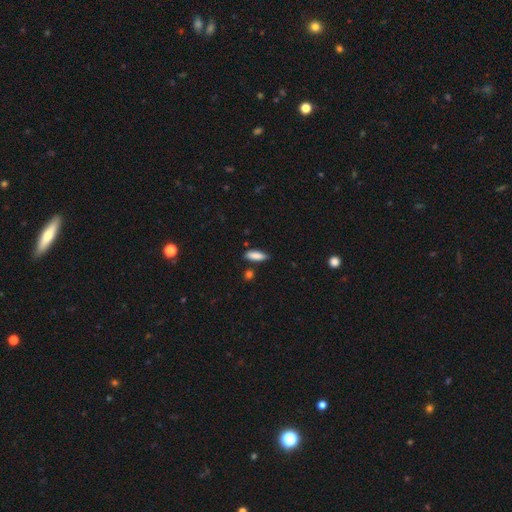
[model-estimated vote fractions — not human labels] A smooth galaxy with no disk features (86%) that is in between round and cigar-shaped (56%).

Vote fractions:
- Smooth or featured? smooth: 86% / featured or disk: 8% / star or artifact: 6%
- How rounded? in between: 56% / cigar-shaped: 42% / round: 2%
- Merging? none: 79% / minor disturbance: 15% / merger: 3% / major disturbance: 3%